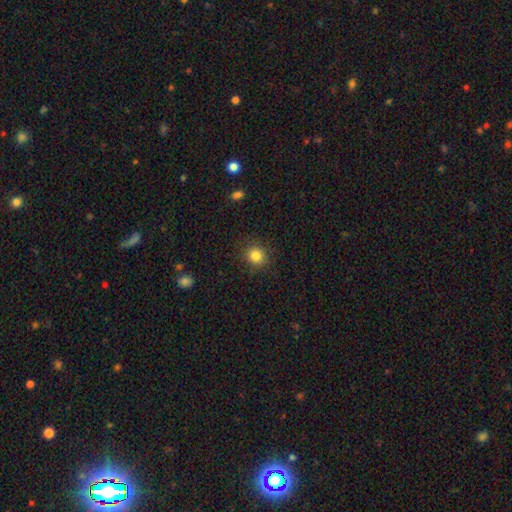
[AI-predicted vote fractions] Smooth or featured?
  - smooth: 83% *
  - star or artifact: 11%
  - featured or disk: 5%
How rounded?
  - round: 86% *
  - in between: 13%
  - cigar-shaped: 1%
Merging?
  - none: 89% *
  - minor disturbance: 8%
  - major disturbance: 3%
  - merger: 1%